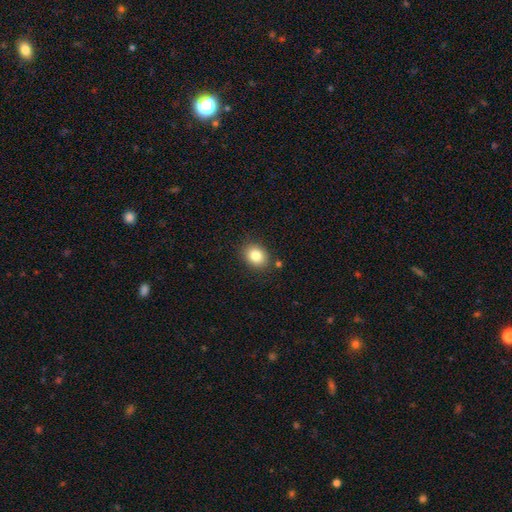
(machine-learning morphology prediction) Smooth or featured?
  - smooth: 84% *
  - star or artifact: 9%
  - featured or disk: 7%
How rounded?
  - in between: 51% *
  - round: 48%
  - cigar-shaped: 1%
Merging?
  - none: 85% *
  - minor disturbance: 10%
  - merger: 3%
  - major disturbance: 3%